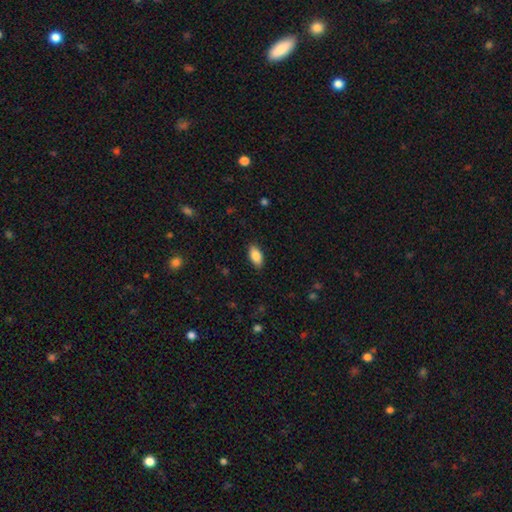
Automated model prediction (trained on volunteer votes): Smooth or featured: smooth — 86% (star or artifact — 7%)
How rounded: in between — 92% (cigar-shaped — 5%)
Merging: none — 87% (minor disturbance — 9%)